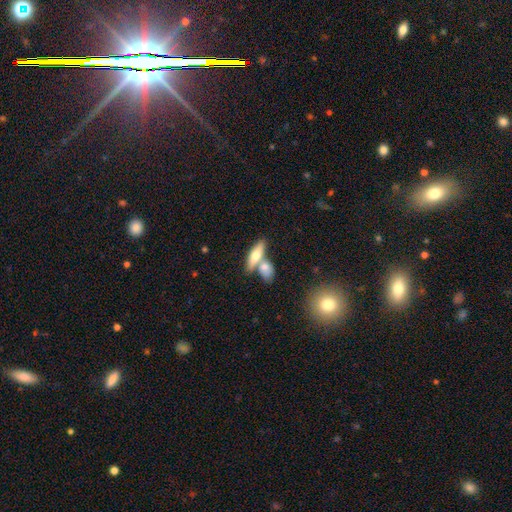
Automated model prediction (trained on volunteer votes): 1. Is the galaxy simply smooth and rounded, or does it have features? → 61% smooth, 33% featured or disk, 6% star or artifact.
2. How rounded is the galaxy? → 50% in between, 45% cigar-shaped, 4% round.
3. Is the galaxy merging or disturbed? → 46% none, 42% merger, 9% minor disturbance, 3% major disturbance.